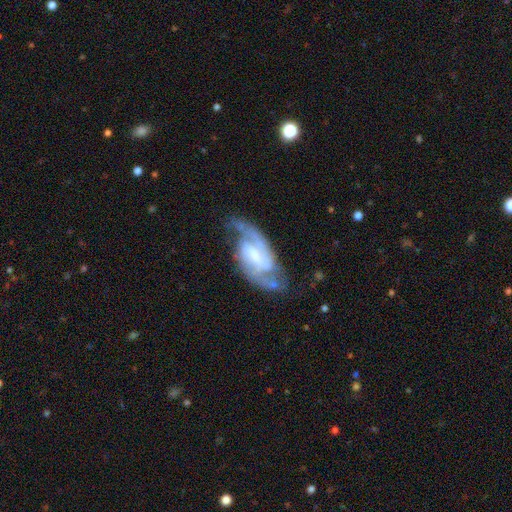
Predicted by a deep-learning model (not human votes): Smooth or featured?
  - featured or disk: 88% *
  - smooth: 7%
  - star or artifact: 5%
Edge-on disk?
  - no: 96% *
  - yes: 4%
Bar?
  - weak: 50% *
  - strong: 29%
  - no: 21%
Spiral arms?
  - yes: 97% *
  - no: 3%
Spiral winding?
  - medium: 55% *
  - tight: 26%
  - loose: 19%
Spiral arm count?
  - 2: 87% *
  - can't tell: 5%
  - 3: 3%
  - 1: 2%
  - 4: 1%
  - more than 4: 1%
Bulge size?
  - small: 48% *
  - moderate: 29%
  - none: 15%
  - large: 6%
  - dominant: 1%
Merging?
  - none: 68% *
  - minor disturbance: 19%
  - major disturbance: 10%
  - merger: 3%